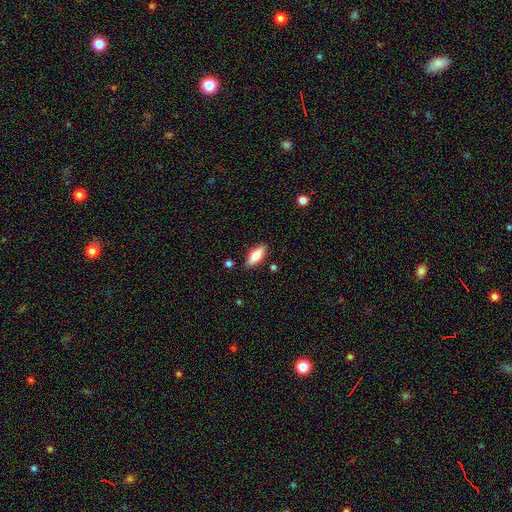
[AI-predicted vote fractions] Smooth or featured: smooth — 74% (featured or disk — 20%)
How rounded: in between — 71% (cigar-shaped — 27%)
Merging: none — 85% (minor disturbance — 11%)